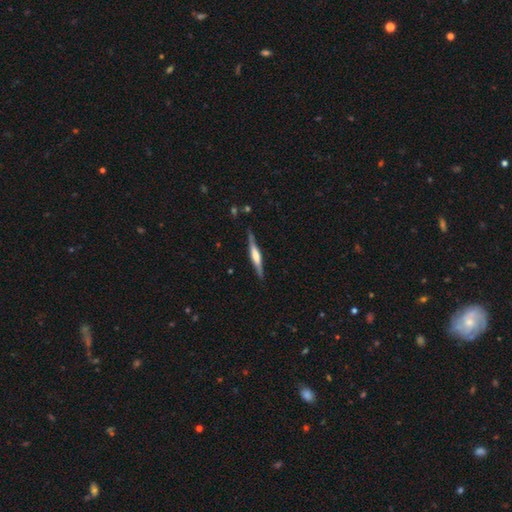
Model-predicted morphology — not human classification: type=featured or disk (65%); edge-on=yes (97%); edge-on bulge=rounded (56%); merging=none (85%).